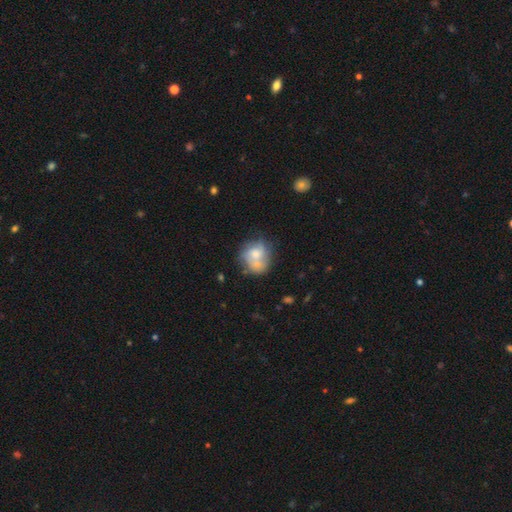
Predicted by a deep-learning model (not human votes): This is possibly a smooth galaxy (55%). How rounded: likely round (70%). Merging: marginally merger (41%).